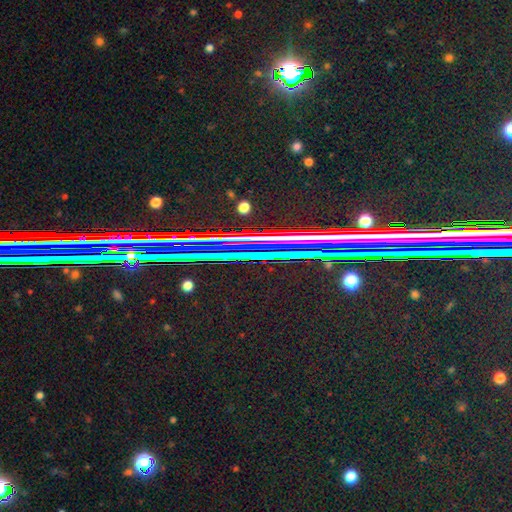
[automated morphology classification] Smooth or featured?
  - star or artifact: 83% *
  - smooth: 9%
  - featured or disk: 9%